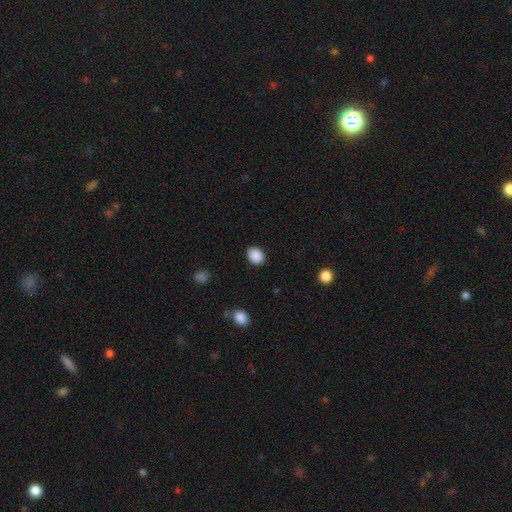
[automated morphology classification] smooth-or-featured: smooth: 89% | star or artifact: 8% | featured or disk: 3%
  how-rounded: in between: 51% | round: 48% | cigar-shaped: 1%
  merging: none: 89% | minor disturbance: 7% | major disturbance: 2% | merger: 1%